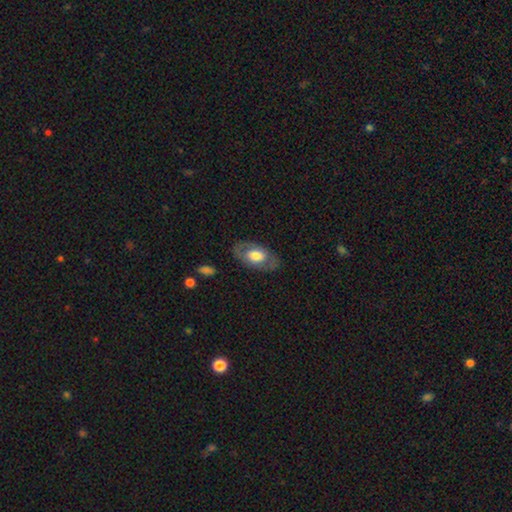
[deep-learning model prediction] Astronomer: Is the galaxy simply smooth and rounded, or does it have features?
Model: smooth — 52% (runner-up: featured or disk, 42%).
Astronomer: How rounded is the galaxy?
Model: in between — 90%.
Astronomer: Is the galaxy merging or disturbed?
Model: none — 77%.